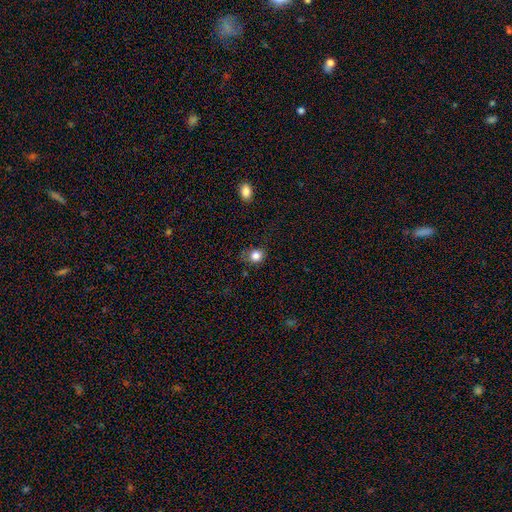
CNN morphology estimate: Smooth or featured: smooth — 82% (star or artifact — 11%)
How rounded: round — 76% (in between — 23%)
Merging: none — 63% (minor disturbance — 25%)